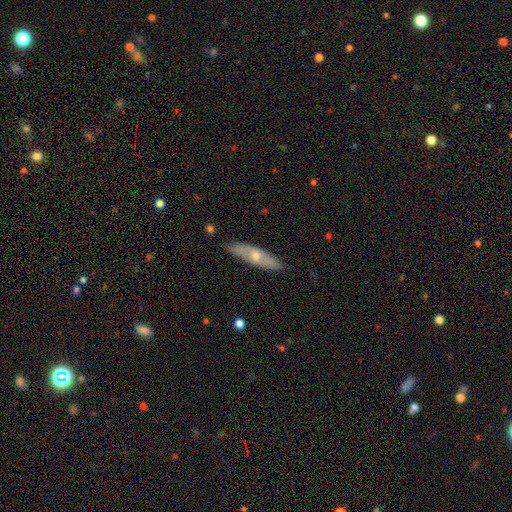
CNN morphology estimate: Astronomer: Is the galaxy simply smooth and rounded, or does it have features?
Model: featured or disk — 50% (runner-up: smooth, 44%).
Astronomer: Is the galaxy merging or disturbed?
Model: none — 84%.